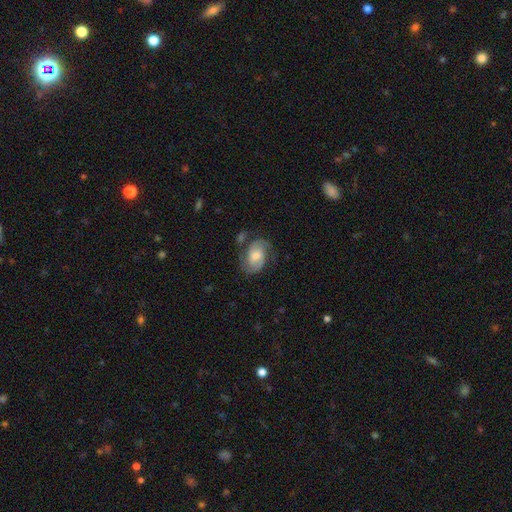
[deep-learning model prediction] This appears to be a featured or disk galaxy (71%) with no bar (52%), 2 (83%) medium (49%) spiral arms (92%) and a moderate central bulge (58%). Merging: none (61%).